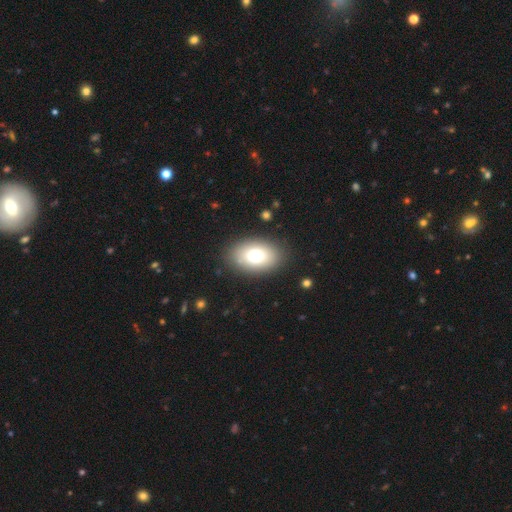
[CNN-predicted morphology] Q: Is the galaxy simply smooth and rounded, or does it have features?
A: smooth — 74%.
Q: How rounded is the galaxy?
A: in between — 82%.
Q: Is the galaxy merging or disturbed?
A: none — 86%.